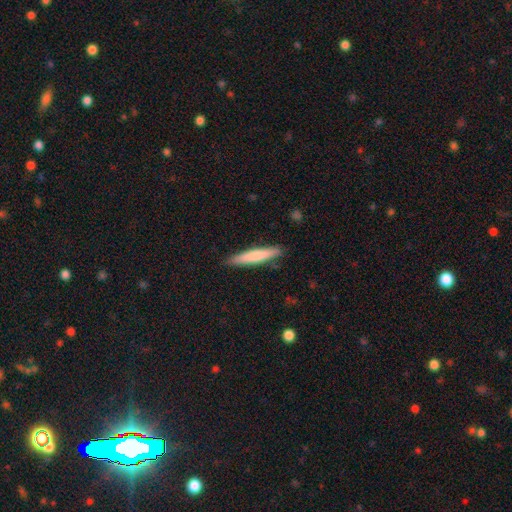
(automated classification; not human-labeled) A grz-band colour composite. It shows a smooth galaxy with no disk features (75%) that is cigar-shaped (92%). Merging: none (88%).